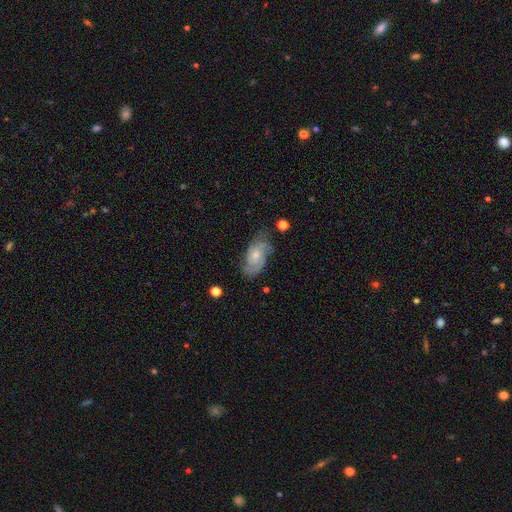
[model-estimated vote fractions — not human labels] Smooth or featured: featured or disk — 77% (smooth — 17%)
Edge-on disk: no — 96% (yes — 4%)
Bar: no — 66% (weak — 30%)
Spiral arms: yes — 94% (no — 6%)
Spiral winding: tight — 48% (medium — 41%)
Spiral arm count: 2 — 36% (3 — 27%)
Bulge size: moderate — 47% (small — 45%)
Merging: none — 68% (minor disturbance — 22%)